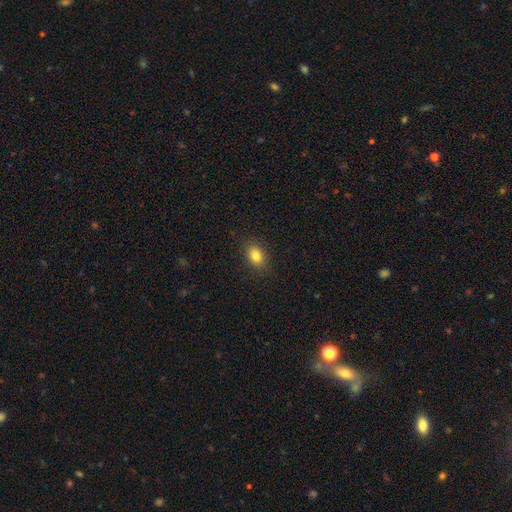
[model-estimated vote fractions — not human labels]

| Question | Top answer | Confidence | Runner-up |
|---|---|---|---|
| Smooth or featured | smooth | 82% | star or artifact (10%) |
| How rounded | in between | 76% | round (23%) |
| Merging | none | 89% | minor disturbance (8%) |